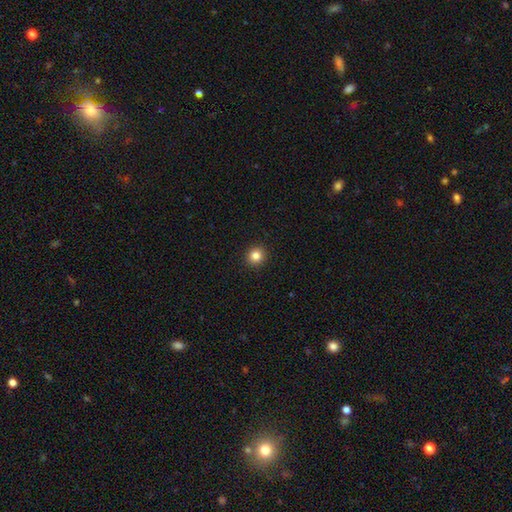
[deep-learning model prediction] smooth-or-featured: smooth: 84% | star or artifact: 11% | featured or disk: 5%
  how-rounded: round: 93% | in between: 6% | cigar-shaped: 1%
  merging: none: 93% | minor disturbance: 4% | major disturbance: 1% | merger: 1%